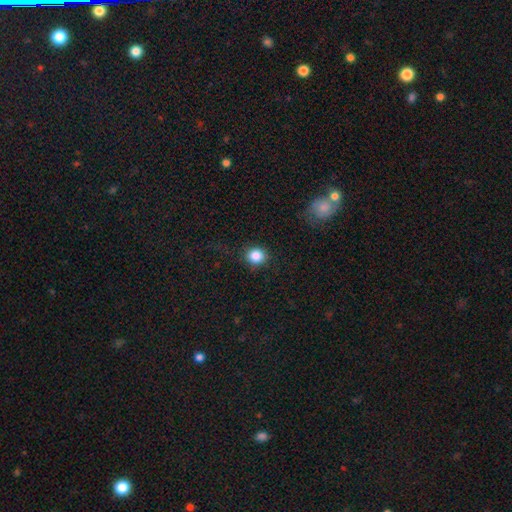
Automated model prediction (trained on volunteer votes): Smooth or featured?
  - smooth: 85% *
  - star or artifact: 10%
  - featured or disk: 5%
How rounded?
  - round: 83% *
  - in between: 16%
  - cigar-shaped: 1%
Merging?
  - none: 86% *
  - minor disturbance: 10%
  - major disturbance: 4%
  - merger: 1%